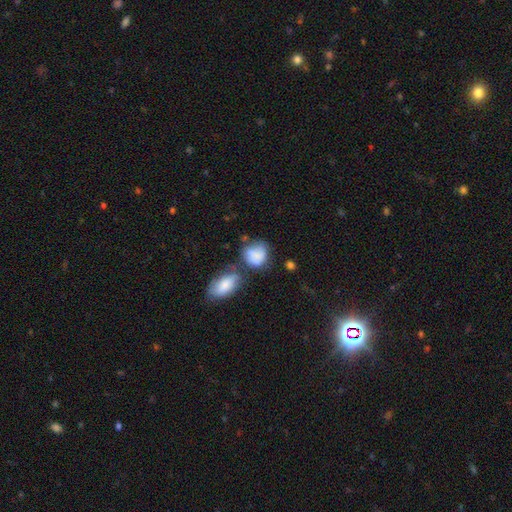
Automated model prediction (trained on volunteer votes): Overall: smooth (79%). How rounded: round (53%; in between 45%). Merging: none (36%; minor disturbance 26%).